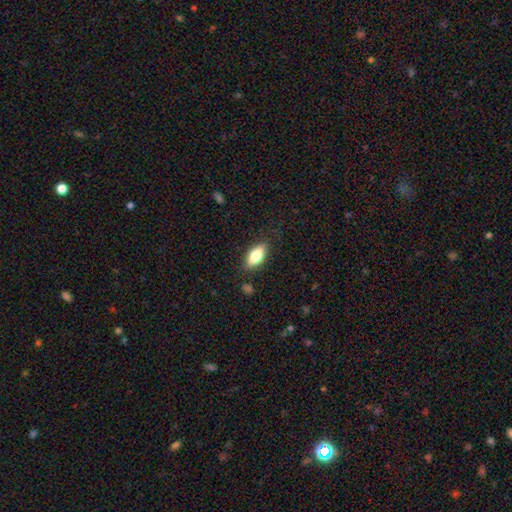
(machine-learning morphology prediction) Smooth or featured? smooth (72%)
How rounded? in between (82%)
Merging? none (84%)